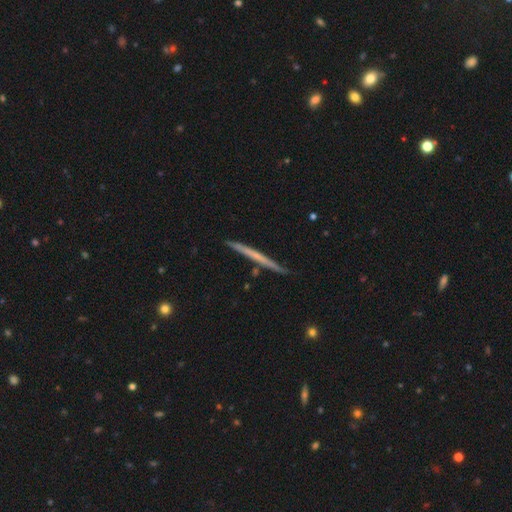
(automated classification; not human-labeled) Q: Smooth or featured?
A: featured or disk (51%); runner-up: smooth (43%)
Q: Edge-on disk?
A: yes (97%); runner-up: no (3%)
Q: Merging?
A: none (88%); runner-up: minor disturbance (9%)